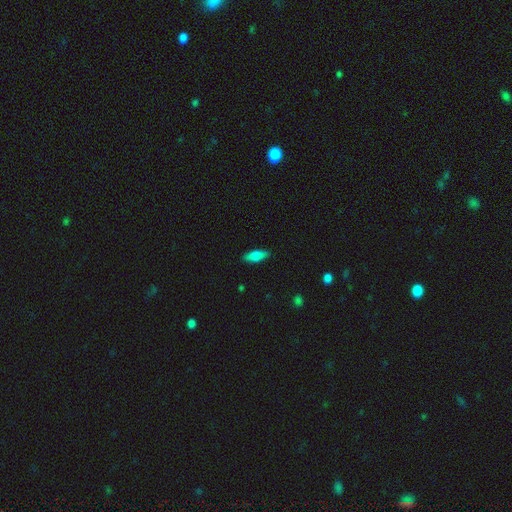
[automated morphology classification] smooth-or-featured: smooth: 77% | featured or disk: 16% | star or artifact: 7%
  how-rounded: in between: 66% | cigar-shaped: 31% | round: 2%
  merging: none: 88% | minor disturbance: 9% | major disturbance: 2% | merger: 1%